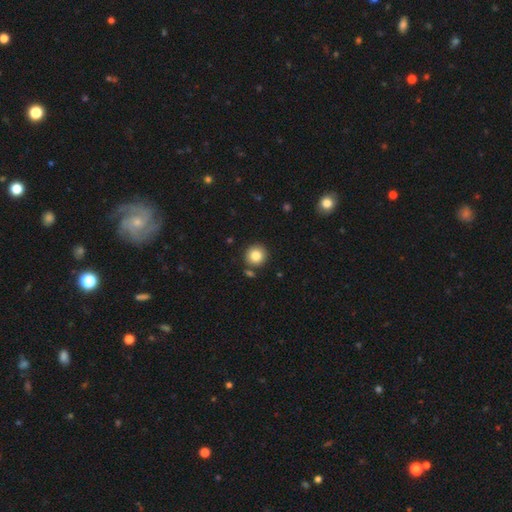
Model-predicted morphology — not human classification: smooth 84%, star or artifact 10%, featured or disk 7%. Down the decision tree: how rounded — round (93%); merging — none (85%).